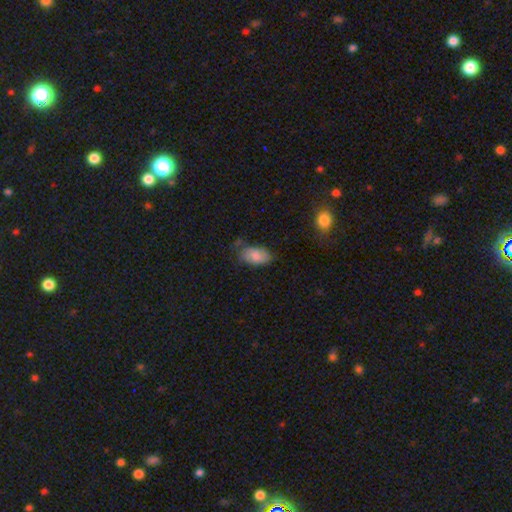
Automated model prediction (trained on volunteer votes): Morphology: type=smooth (82%); roundness=in between (93%); merging=none (61%).